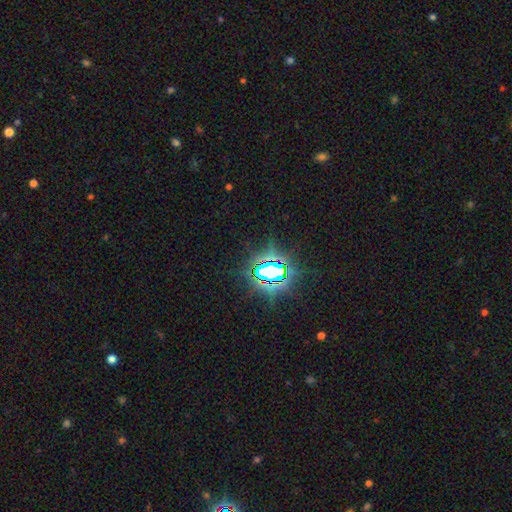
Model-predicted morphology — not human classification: Smooth or featured: star or artifact — 82% (smooth — 11%)